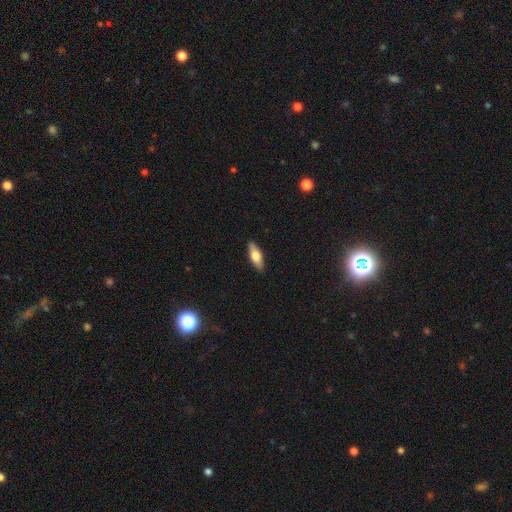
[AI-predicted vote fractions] Overall: smooth (66%; featured or disk 28%). How rounded: in between (64%; cigar-shaped 33%). Merging: none (89%).